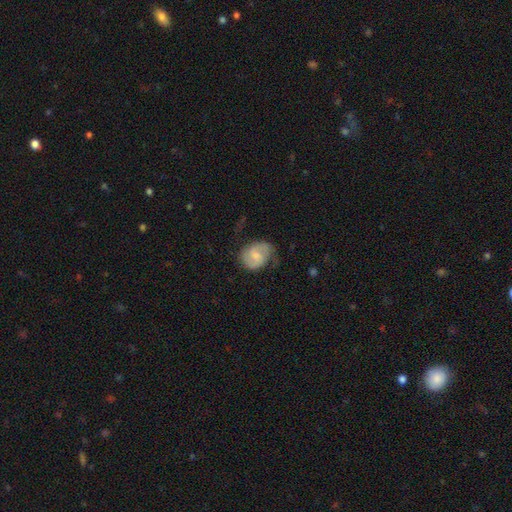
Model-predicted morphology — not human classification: A featured or disk galaxy (60%) with a weak bar (55%), 2 (82%) medium (49%) spiral arms (90%) and a moderate central bulge (37%). Merging: none (60%).